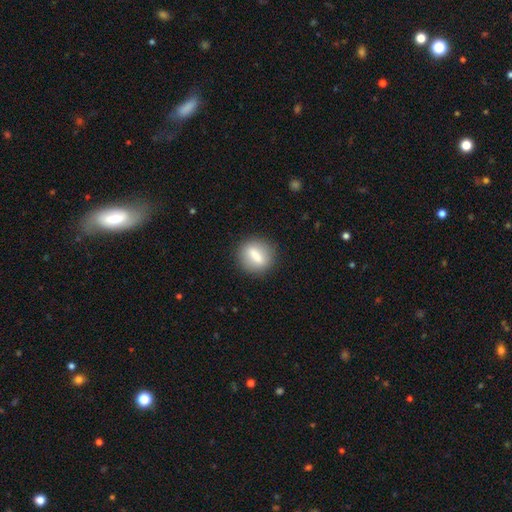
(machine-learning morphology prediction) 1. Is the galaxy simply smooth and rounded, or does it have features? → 70% smooth, 22% featured or disk, 8% star or artifact.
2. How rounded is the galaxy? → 47% round, 37% in between, 16% cigar-shaped.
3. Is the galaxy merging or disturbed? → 87% none, 8% minor disturbance, 3% major disturbance, 2% merger.